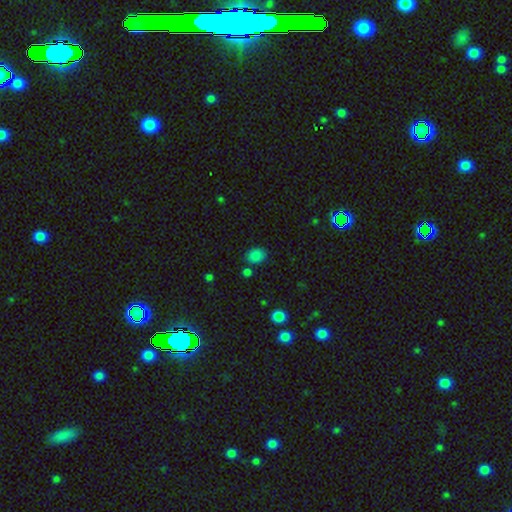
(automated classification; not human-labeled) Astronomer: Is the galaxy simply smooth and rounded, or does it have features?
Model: smooth — 83%.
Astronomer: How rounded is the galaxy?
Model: in between — 59% (runner-up: round, 39%).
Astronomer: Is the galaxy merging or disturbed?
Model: none — 75%.